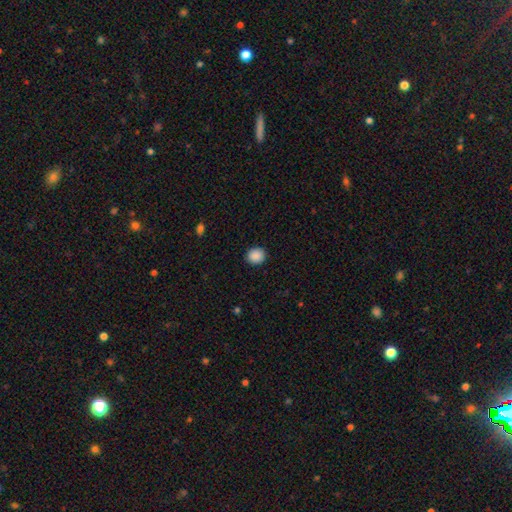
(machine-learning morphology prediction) Q: Smooth or featured?
A: smooth (89%); runner-up: star or artifact (8%)
Q: How rounded?
A: round (83%); runner-up: in between (16%)
Q: Merging?
A: none (91%); runner-up: minor disturbance (6%)